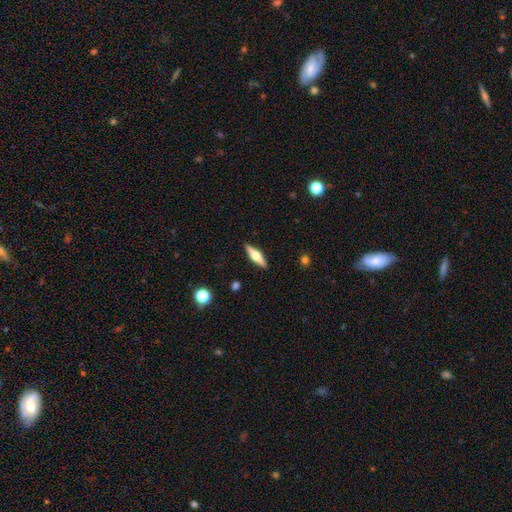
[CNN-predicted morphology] A featured or disk galaxy (60%) viewed edge-on (96%) with a rounded central bulge (93%). Merging: none (90%).